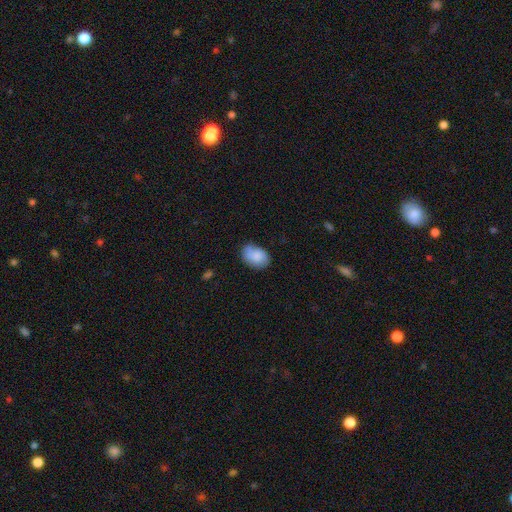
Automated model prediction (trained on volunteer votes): A smooth galaxy with no disk features (76%) that is in between round and cigar-shaped (79%). Merging: none (61%).